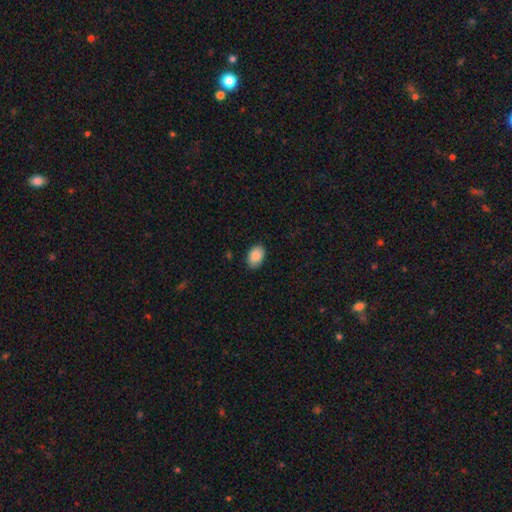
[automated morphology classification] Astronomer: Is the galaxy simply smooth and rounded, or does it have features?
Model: smooth — 88%.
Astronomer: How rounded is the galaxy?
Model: in between — 83%.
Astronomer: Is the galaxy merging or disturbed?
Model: none — 87%.